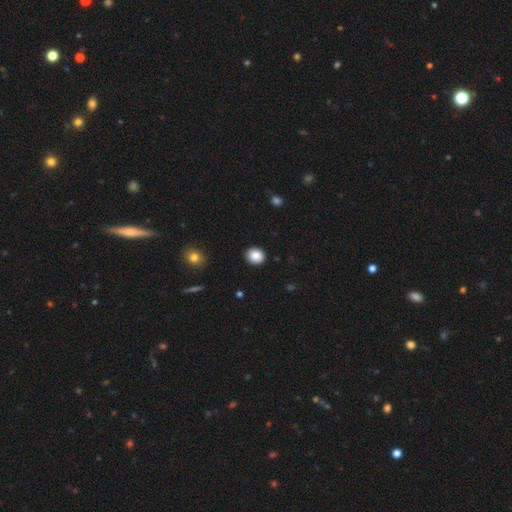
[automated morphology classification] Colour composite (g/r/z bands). It shows a smooth galaxy with no disk features (87%) that is round (76%). Merging: none (91%).